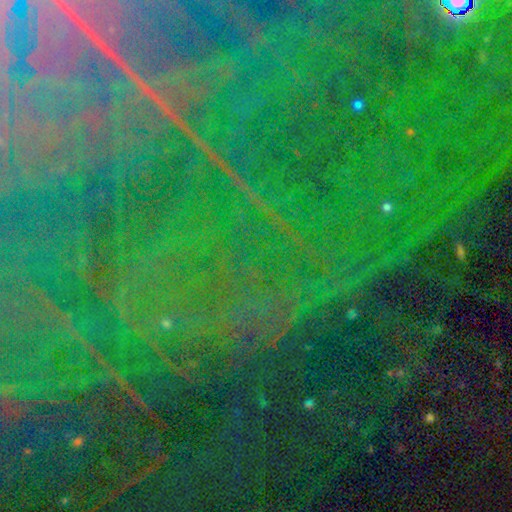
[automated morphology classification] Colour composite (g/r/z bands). It shows a star or artifact, not a galaxy (87%).